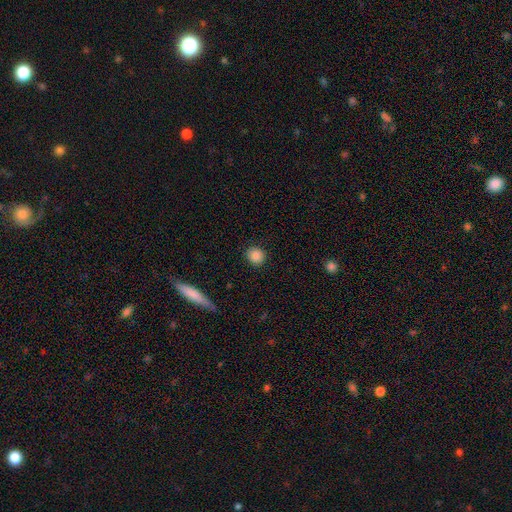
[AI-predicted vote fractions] smooth_or_featured: smooth (p=0.87) [alt: star or artifact p=0.09]
how_rounded: round (p=0.90) [alt: in between p=0.09]
merging: none (p=0.90) [alt: minor disturbance p=0.07]